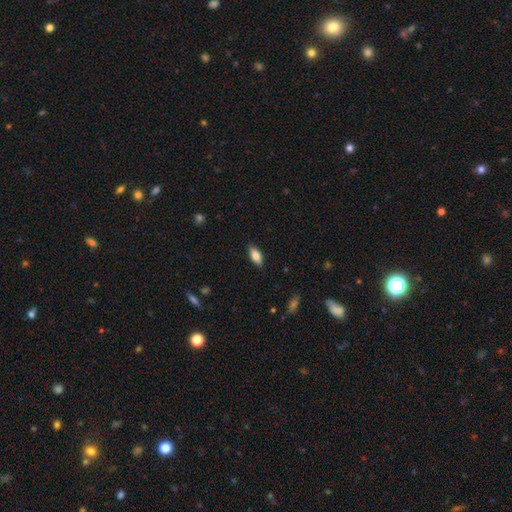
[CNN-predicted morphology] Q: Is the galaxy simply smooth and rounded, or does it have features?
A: smooth — 77%.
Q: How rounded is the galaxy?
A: in between — 80%.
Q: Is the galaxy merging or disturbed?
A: none — 86%.